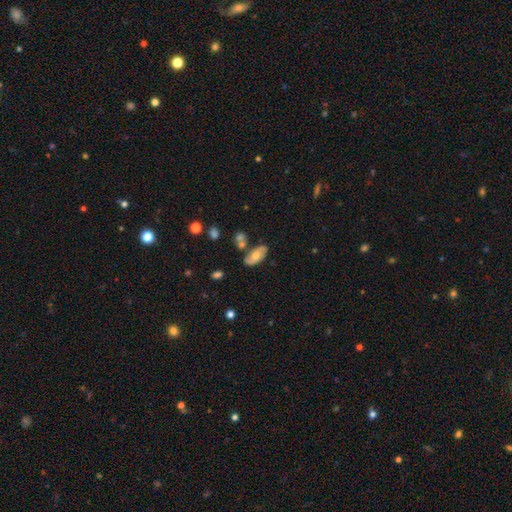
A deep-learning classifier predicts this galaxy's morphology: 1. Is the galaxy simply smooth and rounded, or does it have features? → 50% featured or disk, 43% smooth, 7% star or artifact.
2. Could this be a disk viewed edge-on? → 90% no, 10% yes.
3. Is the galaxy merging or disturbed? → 64% none, 19% minor disturbance, 12% merger, 6% major disturbance.